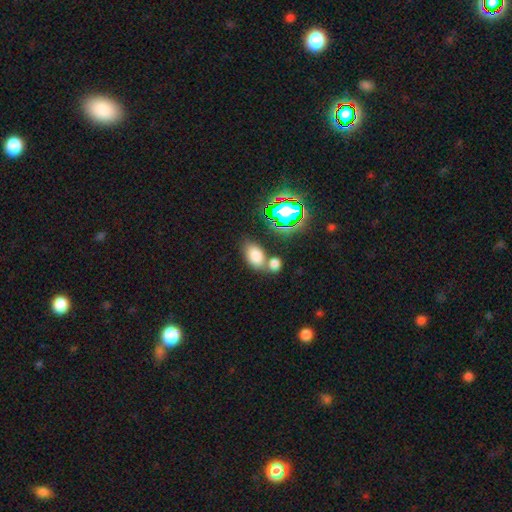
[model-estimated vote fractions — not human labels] This is likely a smooth galaxy (75%). How rounded: clearly in between (86%). Merging: possibly none (55%).